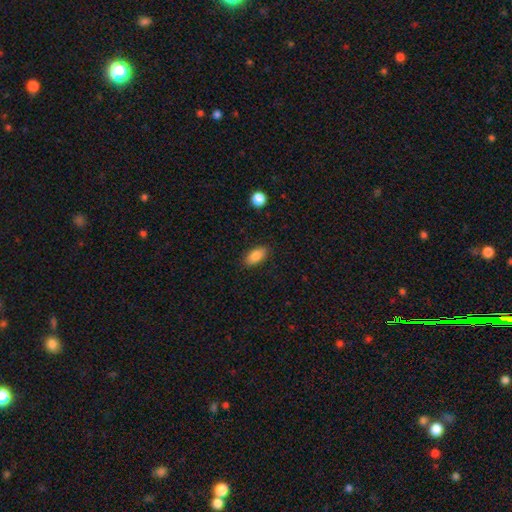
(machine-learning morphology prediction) A smooth galaxy with no disk features (85%) that is in between round and cigar-shaped (88%).

Vote fractions:
- Smooth or featured? smooth: 85% / featured or disk: 8% / star or artifact: 7%
- How rounded? in between: 88% / cigar-shaped: 8% / round: 3%
- Merging? none: 88% / minor disturbance: 9% / major disturbance: 2% / merger: 1%